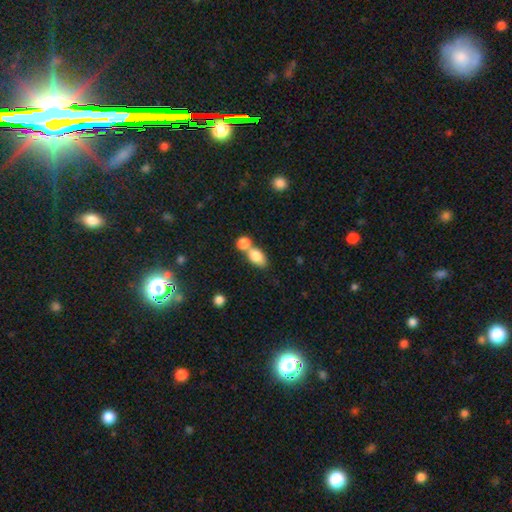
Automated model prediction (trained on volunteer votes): Morphology: type=smooth (81%); roundness=in between (82%); merging=merger (55%).